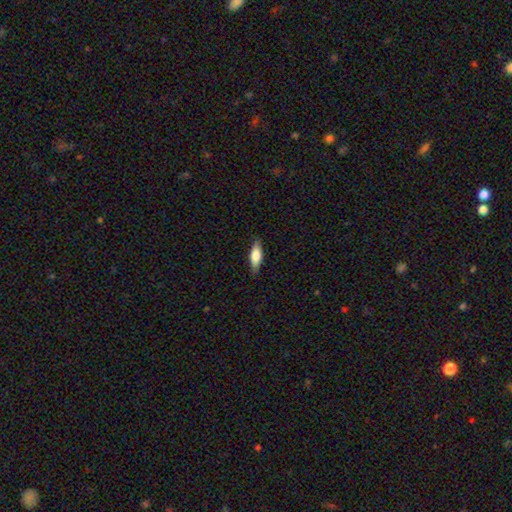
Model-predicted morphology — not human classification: Smooth or featured? Predicted: smooth (p=0.66). How rounded? Predicted: in between (p=0.52). Merging? Predicted: none (p=0.86).